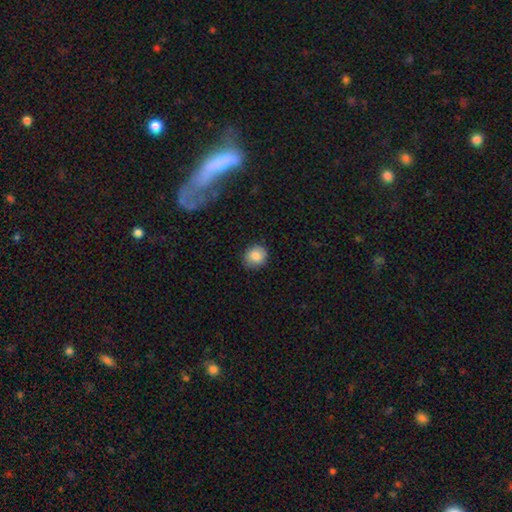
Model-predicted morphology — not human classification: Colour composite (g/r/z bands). It shows a smooth galaxy with no disk features (85%) that is round (79%). Merging: none (83%).